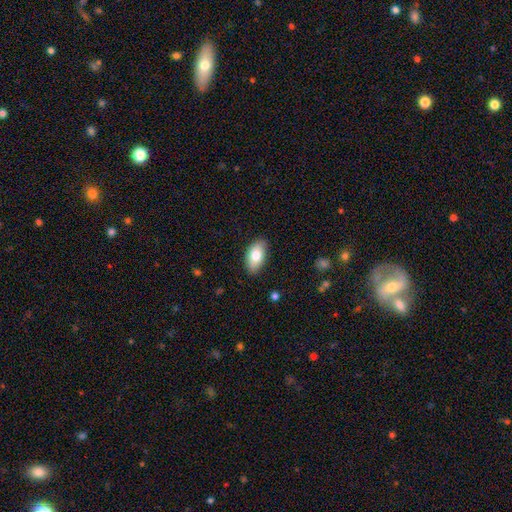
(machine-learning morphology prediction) Smooth or featured: smooth — 79% (featured or disk — 14%)
How rounded: in between — 94% (round — 3%)
Merging: none — 85% (minor disturbance — 12%)